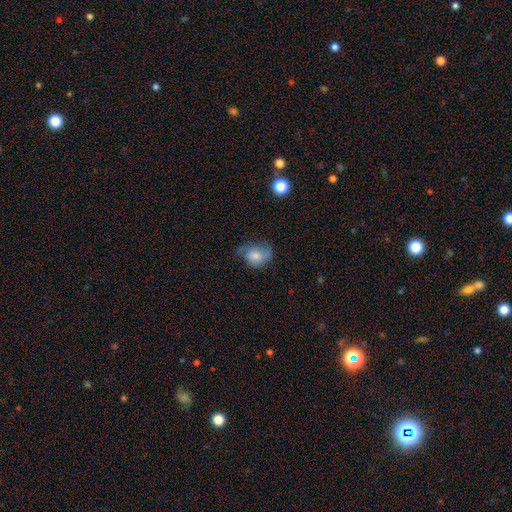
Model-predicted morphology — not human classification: Q: Smooth or featured?
A: smooth (61%); runner-up: featured or disk (30%)
Q: How rounded?
A: in between (54%); runner-up: round (45%)
Q: Merging?
A: none (43%); runner-up: minor disturbance (34%)